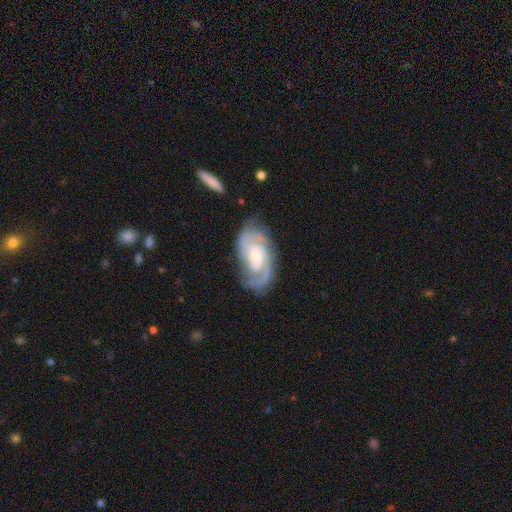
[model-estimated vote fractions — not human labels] smooth-or-featured: featured or disk: 88% | smooth: 8% | star or artifact: 5%
  disk-edge-on: no: 96% | yes: 4%
    bar: no: 54% | weak: 37% | strong: 9%
    has-spiral-arms: yes: 97% | no: 3%
      spiral-winding: tight: 56% | medium: 37% | loose: 7%
      spiral-arm-count: 2: 68% | 3: 12% | can't tell: 12% | 1: 3% | 4: 3% | more than 4: 2%
    bulge-size: moderate: 50% | small: 35% | large: 9% | none: 4% | dominant: 1%
  merging: none: 76% | minor disturbance: 17% | major disturbance: 6% | merger: 2%